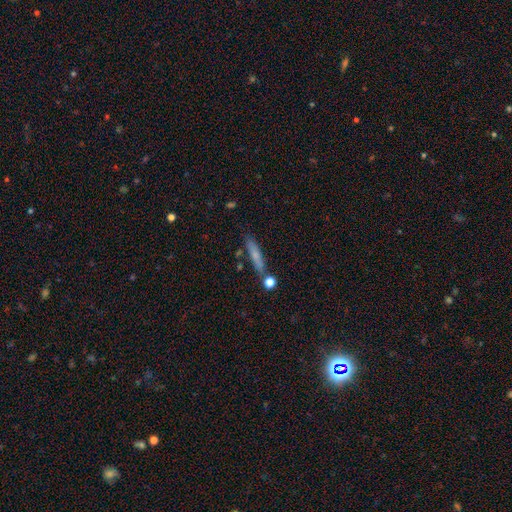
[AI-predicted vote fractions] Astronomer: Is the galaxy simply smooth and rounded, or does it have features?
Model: smooth — 64%.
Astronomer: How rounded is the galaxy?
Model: cigar-shaped — 88%.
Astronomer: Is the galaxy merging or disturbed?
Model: none — 76%.